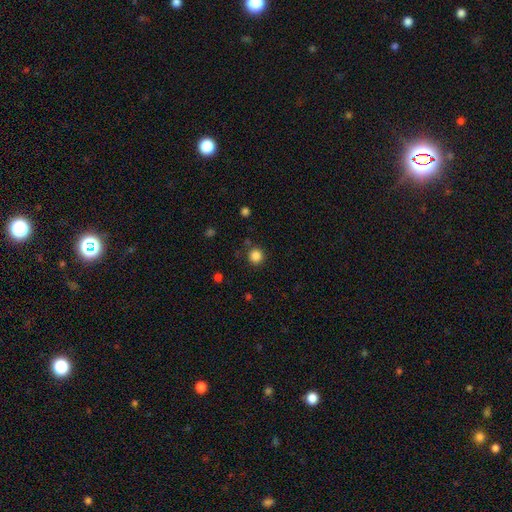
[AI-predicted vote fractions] smooth-or-featured: smooth: 85% | star or artifact: 12% | featured or disk: 3%
  how-rounded: round: 93% | in between: 6% | cigar-shaped: 1%
  merging: none: 86% | minor disturbance: 8% | major disturbance: 3% | merger: 3%